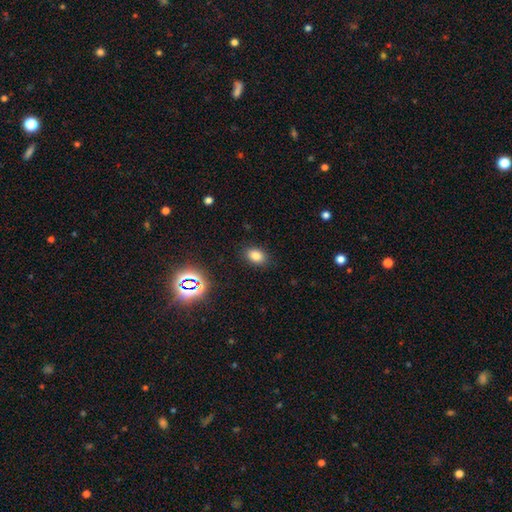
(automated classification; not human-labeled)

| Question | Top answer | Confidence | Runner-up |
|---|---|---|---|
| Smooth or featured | smooth | 80% | star or artifact (14%) |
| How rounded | in between | 78% | round (21%) |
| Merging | none | 88% | minor disturbance (9%) |